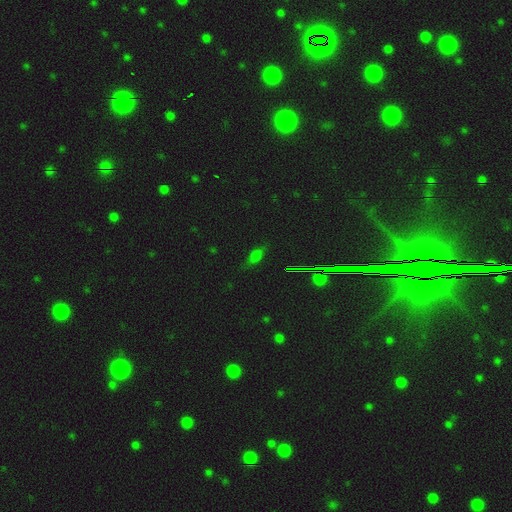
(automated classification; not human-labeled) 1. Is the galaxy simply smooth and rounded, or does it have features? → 58% smooth, 28% star or artifact, 14% featured or disk.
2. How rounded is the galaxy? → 76% in between, 15% cigar-shaped, 9% round.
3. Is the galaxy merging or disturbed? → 73% none, 19% minor disturbance, 6% major disturbance, 2% merger.